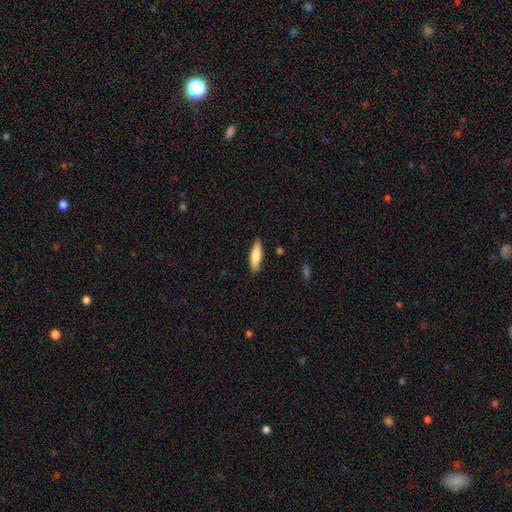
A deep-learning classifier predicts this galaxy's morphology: smooth 82%, featured or disk 12%, star or artifact 6%. Down the decision tree: how rounded — cigar-shaped (57%); merging — none (87%).